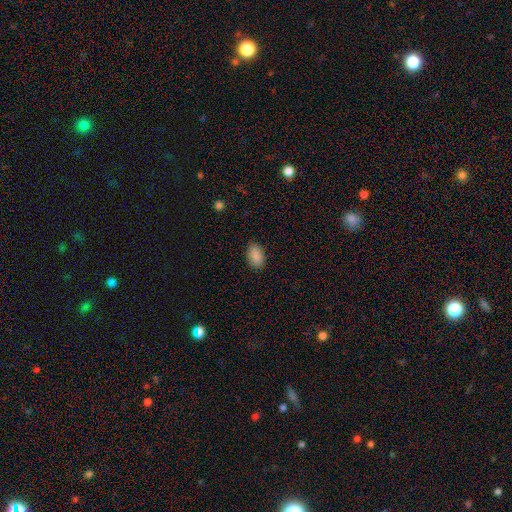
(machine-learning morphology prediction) A smooth galaxy with no disk features (88%) that is in between round and cigar-shaped (92%).

Vote fractions:
- Smooth or featured? smooth: 88% / star or artifact: 7% / featured or disk: 4%
- How rounded? in between: 92% / round: 6% / cigar-shaped: 2%
- Merging? none: 87% / minor disturbance: 10% / major disturbance: 2% / merger: 1%